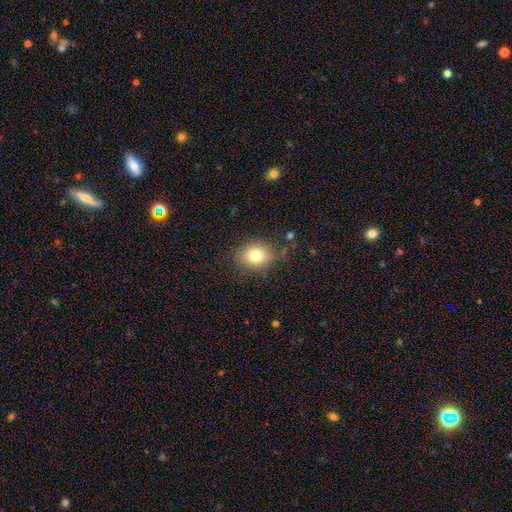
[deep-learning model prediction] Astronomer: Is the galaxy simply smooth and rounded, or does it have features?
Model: smooth — 77%.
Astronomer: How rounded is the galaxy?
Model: round — 51% (runner-up: in between, 48%).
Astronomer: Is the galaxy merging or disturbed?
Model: none — 80%.